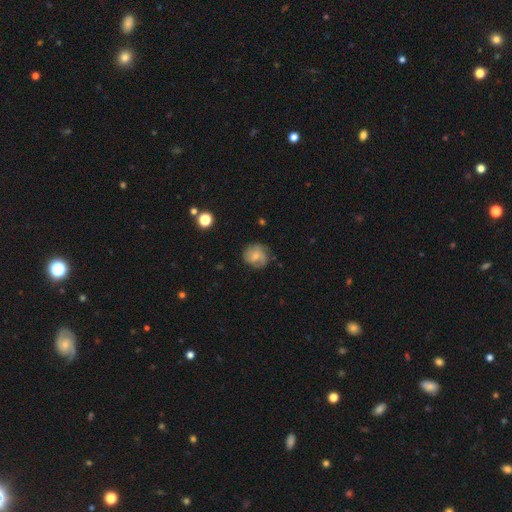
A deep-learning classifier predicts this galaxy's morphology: type=featured or disk (56%); edge-on=no (98%); bar=no (60%); spiral arms=yes (89%); bulge=small (52%); merging=none (73%).